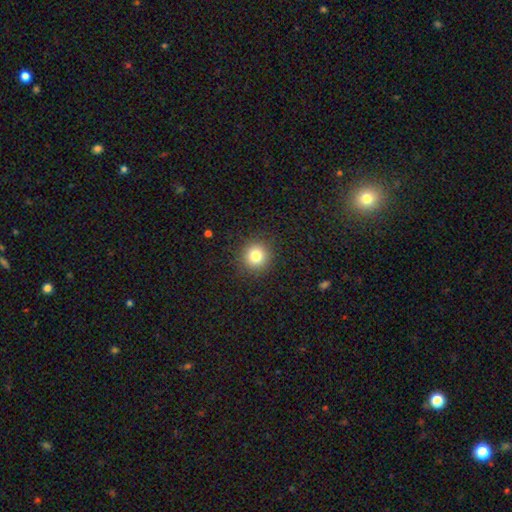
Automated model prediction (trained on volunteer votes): Overall: smooth (81%). How rounded: round (93%). Merging: none (90%).